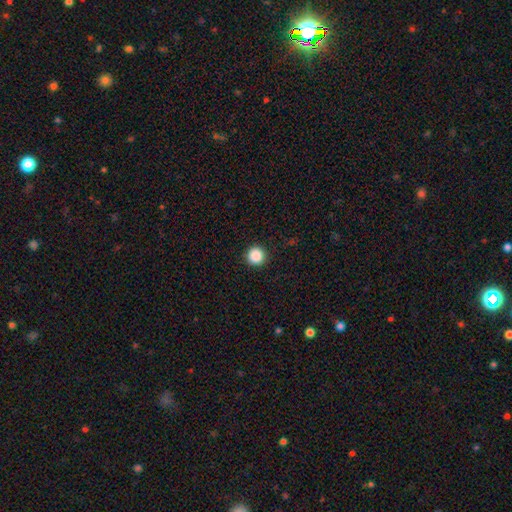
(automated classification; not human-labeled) Smooth or featured: smooth — 88% (star or artifact — 10%)
How rounded: round — 96% (in between — 3%)
Merging: none — 93% (minor disturbance — 5%)